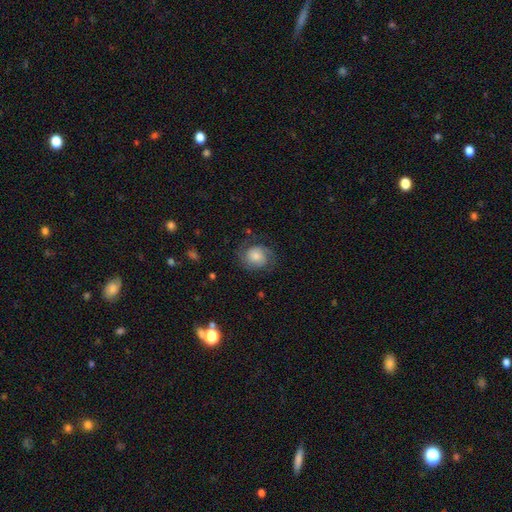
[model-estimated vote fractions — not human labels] Smooth or featured? Predicted: featured or disk (p=0.68). Edge-on disk? Predicted: no (p=0.98). Bar? Predicted: no (p=0.70). Spiral arms? Predicted: yes (p=0.94). Spiral winding? Predicted: tight (p=0.44). Spiral arm count? Predicted: 2 (p=0.78). Bulge size? Predicted: small (p=0.40, tied with moderate). Merging? Predicted: none (p=0.75).